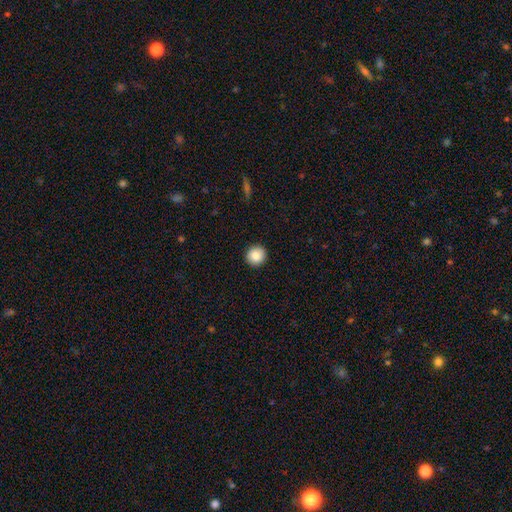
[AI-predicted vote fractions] Morphology: type=smooth (85%); roundness=round (93%); merging=none (92%).